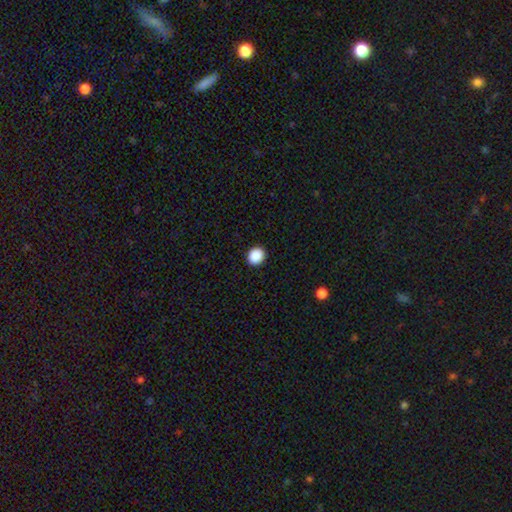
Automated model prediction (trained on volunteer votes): smooth_or_featured: smooth (p=0.89) [alt: star or artifact p=0.09]
how_rounded: round (p=0.77) [alt: in between p=0.22]
merging: none (p=0.92) [alt: minor disturbance p=0.05]